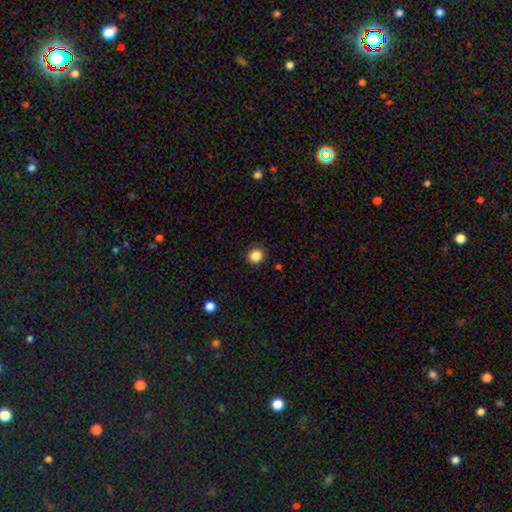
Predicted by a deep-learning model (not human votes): Overall: smooth (86%). How rounded: round (91%). Merging: none (91%).